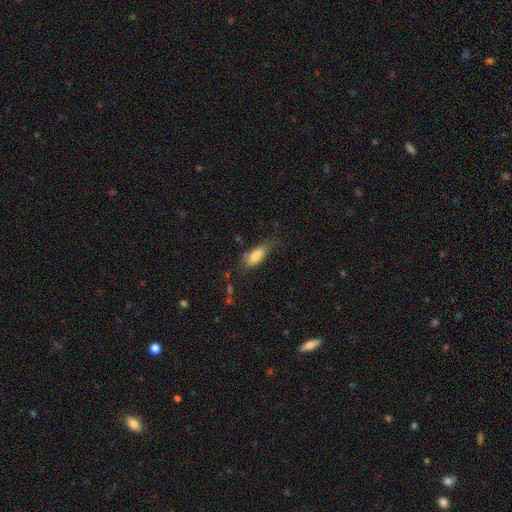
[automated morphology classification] smooth 81%, featured or disk 11%, star or artifact 8%. Down the decision tree: how rounded — in between (75%); merging — none (54%).